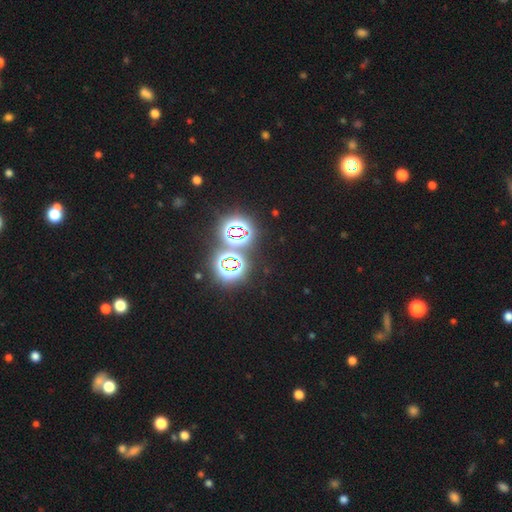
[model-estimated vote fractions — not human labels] A star or artifact, not a galaxy (76%).